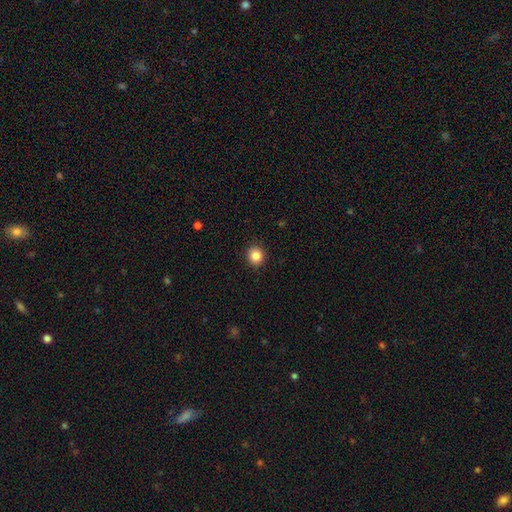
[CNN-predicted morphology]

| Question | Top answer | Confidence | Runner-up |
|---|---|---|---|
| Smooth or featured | smooth | 86% | star or artifact (10%) |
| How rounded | round | 85% | in between (14%) |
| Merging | none | 91% | minor disturbance (6%) |